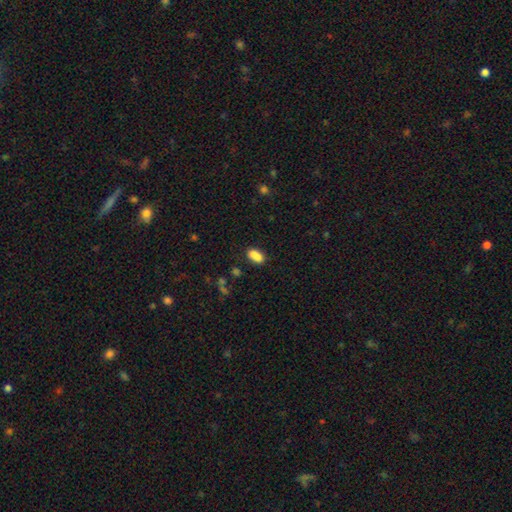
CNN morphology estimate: Smooth or featured? Predicted: smooth (p=0.83). How rounded? Predicted: in between (p=0.86). Merging? Predicted: none (p=0.58).